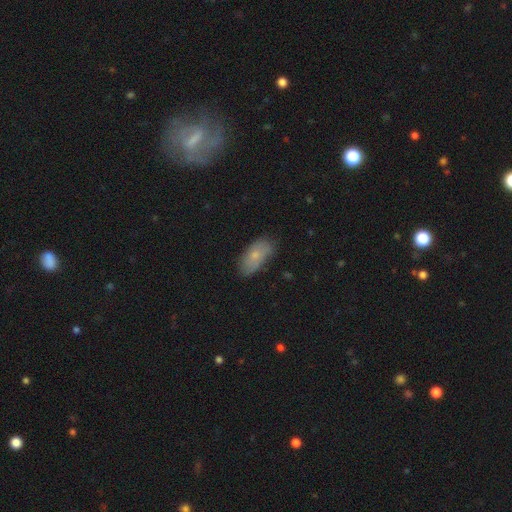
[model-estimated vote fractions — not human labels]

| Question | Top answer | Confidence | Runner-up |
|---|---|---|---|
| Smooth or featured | smooth | 70% | featured or disk (22%) |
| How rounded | in between | 91% | cigar-shaped (6%) |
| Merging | none | 71% | minor disturbance (22%) |